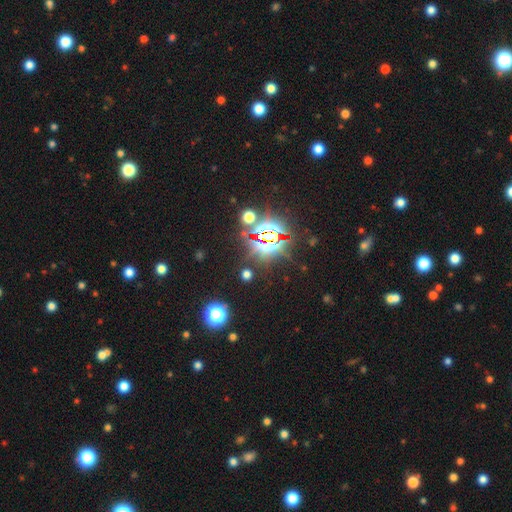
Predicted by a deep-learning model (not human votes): A star or artifact, not a galaxy (83%).

Vote fractions:
- Smooth or featured? star or artifact: 83% / smooth: 10% / featured or disk: 7%